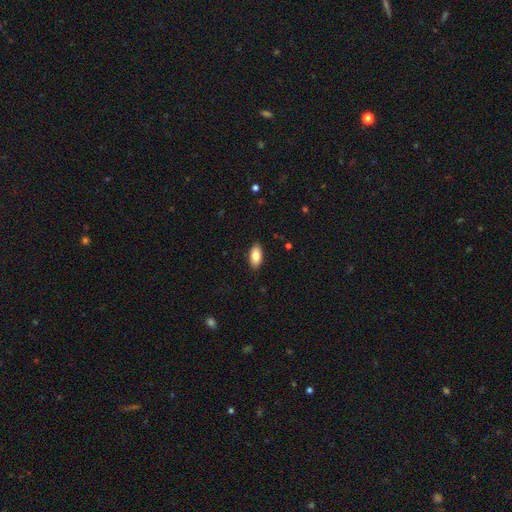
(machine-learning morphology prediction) Smooth or featured? Predicted: smooth (p=0.86). How rounded? Predicted: in between (p=0.91). Merging? Predicted: none (p=0.89).